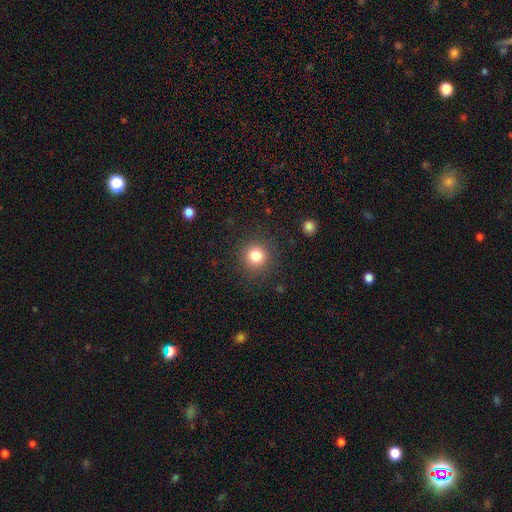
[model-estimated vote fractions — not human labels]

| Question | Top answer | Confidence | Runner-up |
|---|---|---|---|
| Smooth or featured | smooth | 81% | star or artifact (12%) |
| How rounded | round | 93% | in between (6%) |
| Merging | none | 89% | minor disturbance (7%) |